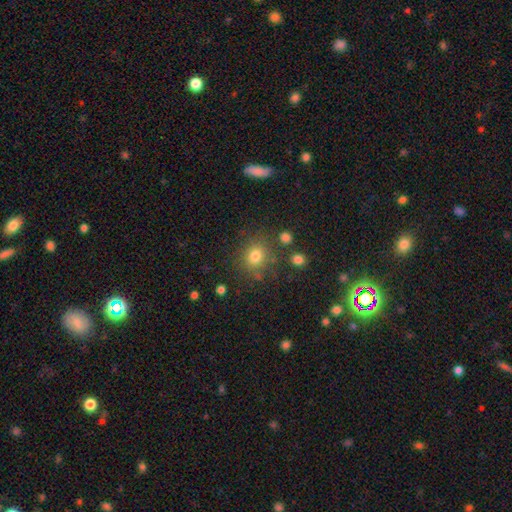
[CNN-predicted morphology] Smooth or featured? smooth (78%)
How rounded? round (79%)
Merging? none (78%)